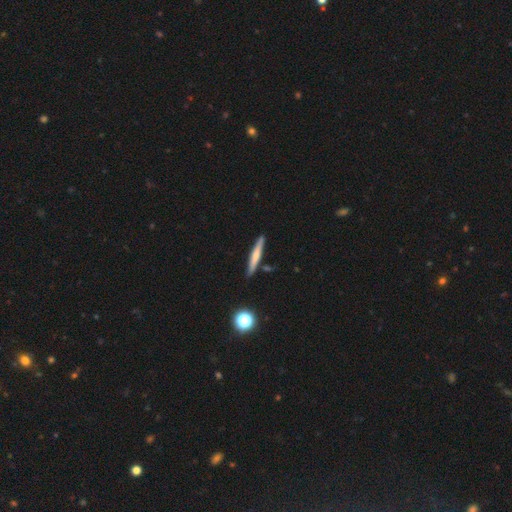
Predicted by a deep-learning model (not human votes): A smooth galaxy with no disk features (55%) that is cigar-shaped (94%).

Vote fractions:
- Smooth or featured? smooth: 55% / featured or disk: 39% / star or artifact: 7%
- How rounded? cigar-shaped: 94% / in between: 4% / round: 2%
- Merging? none: 86% / minor disturbance: 9% / merger: 3% / major disturbance: 2%